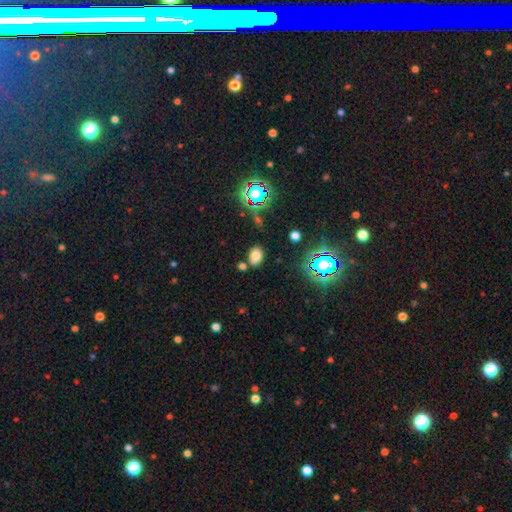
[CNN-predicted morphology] A smooth galaxy with no disk features (73%) that is in between round and cigar-shaped (78%). Merging: none (73%).